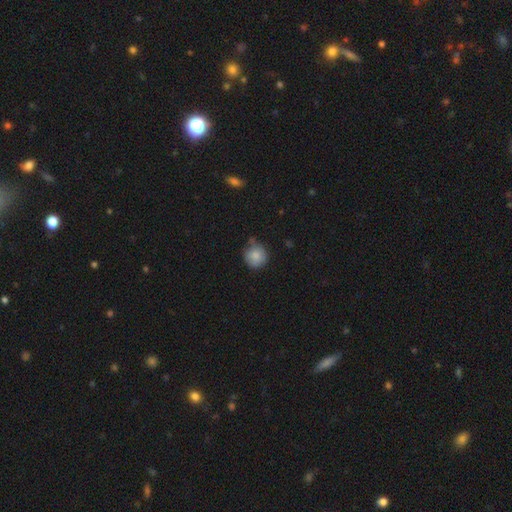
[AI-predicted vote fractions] Q: Smooth or featured?
A: smooth (83%); runner-up: featured or disk (9%)
Q: How rounded?
A: round (92%); runner-up: in between (7%)
Q: Merging?
A: none (68%); runner-up: minor disturbance (24%)